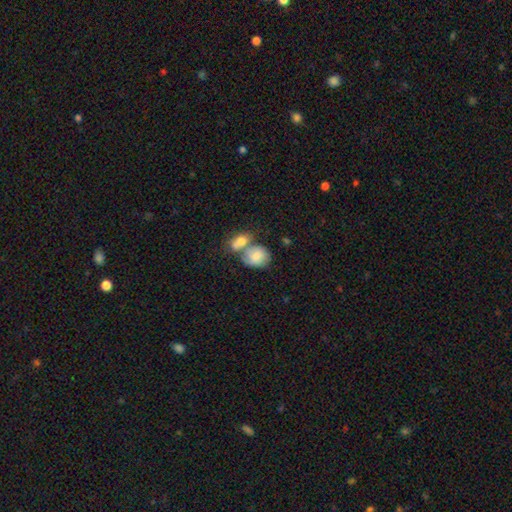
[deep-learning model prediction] Smooth or featured? smooth (75%)
How rounded? in between (54%)
Merging? merger (57%)